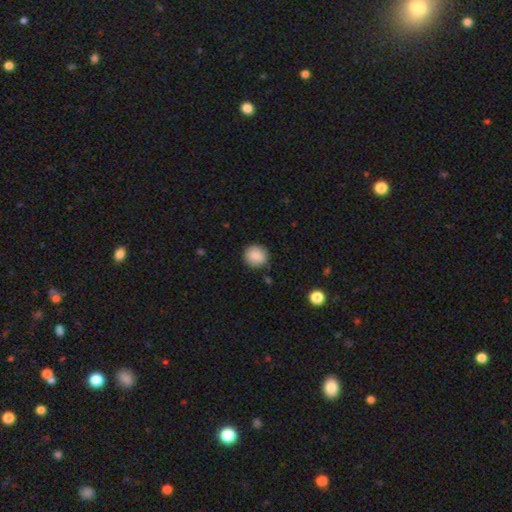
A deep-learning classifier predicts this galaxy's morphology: type=smooth (87%); roundness=round (90%); merging=none (87%).